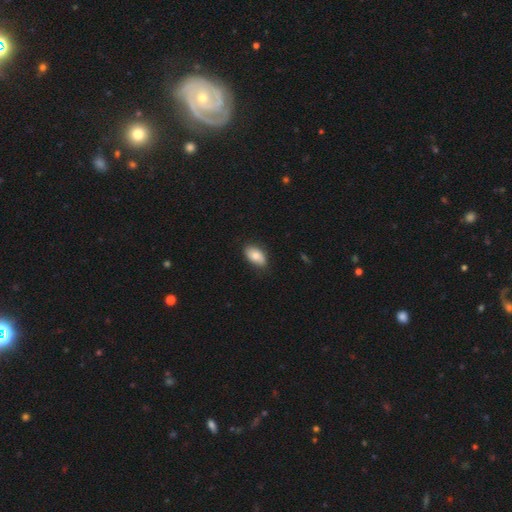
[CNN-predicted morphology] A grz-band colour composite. It shows a smooth galaxy with no disk features (78%) that is in between round and cigar-shaped (93%). Merging: none (81%).